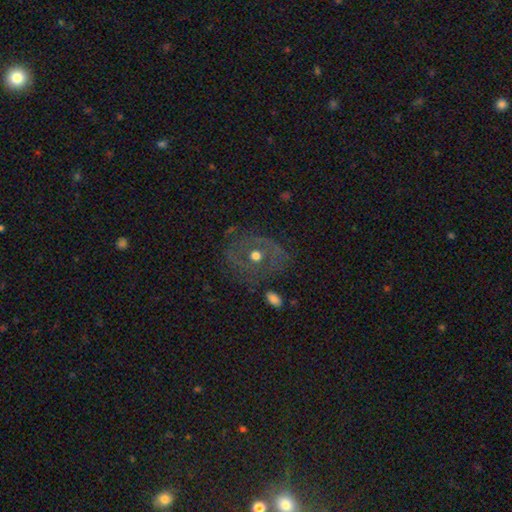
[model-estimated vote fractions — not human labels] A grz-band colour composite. It shows a featured or disk galaxy (50%). Merging: none (70%).